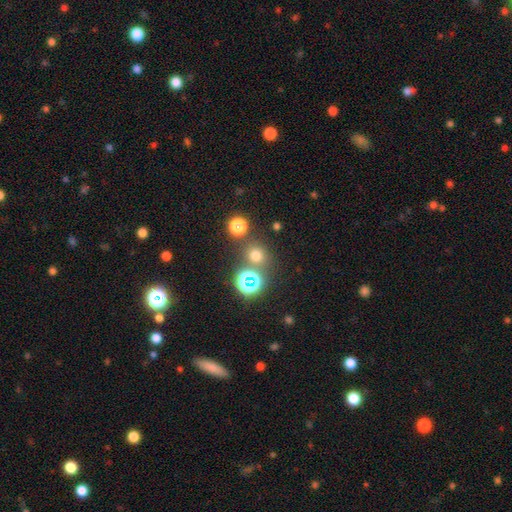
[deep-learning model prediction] This is likely a smooth galaxy (64%). How rounded: clearly round (87%). Merging: likely none (75%).